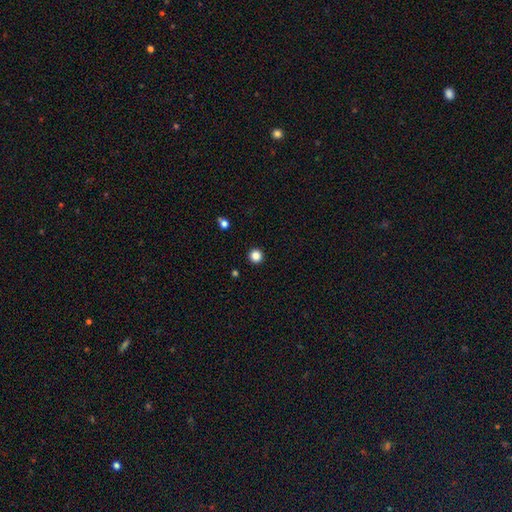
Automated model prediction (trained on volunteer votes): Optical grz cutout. It shows a smooth galaxy with no disk features (85%) that is round (96%). Merging: none (94%).